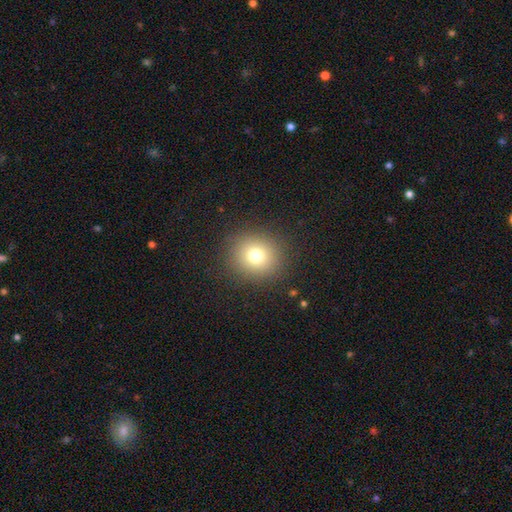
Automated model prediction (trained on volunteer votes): Overall: smooth (76%). How rounded: round (87%). Merging: none (89%).